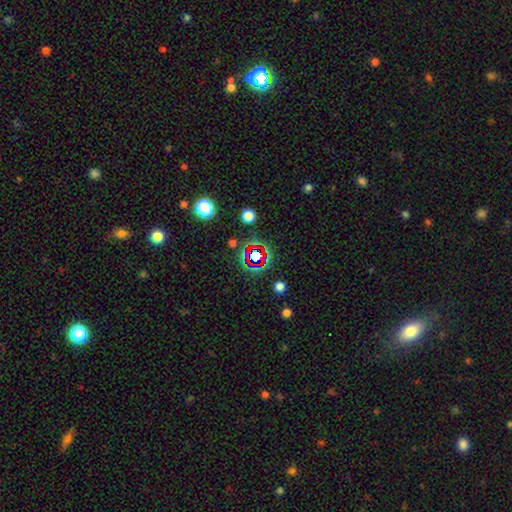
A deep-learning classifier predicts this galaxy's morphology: This appears to be a star or artifact, not a galaxy (66%).